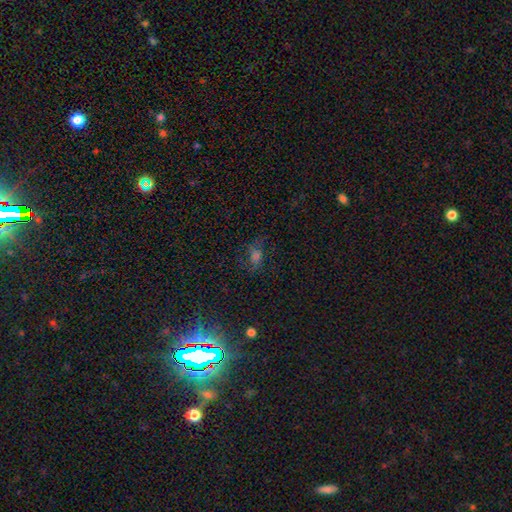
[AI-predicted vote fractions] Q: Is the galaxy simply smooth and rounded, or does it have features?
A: star or artifact — 41%.